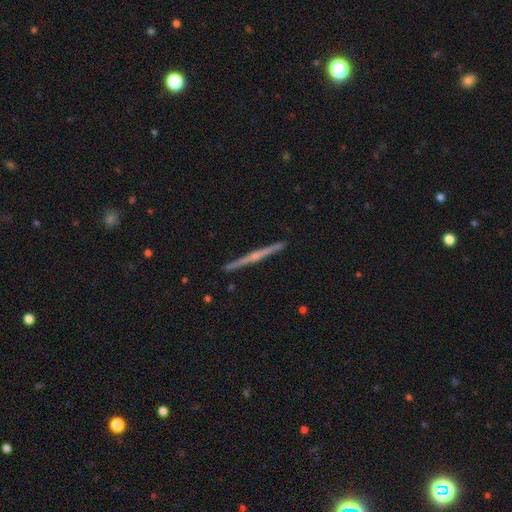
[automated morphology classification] This is likely a featured or disk galaxy (76%). It is clearly viewed edge-on (98%). Edge-on bulge: possibly rounded (58%). Merging: clearly none (92%).